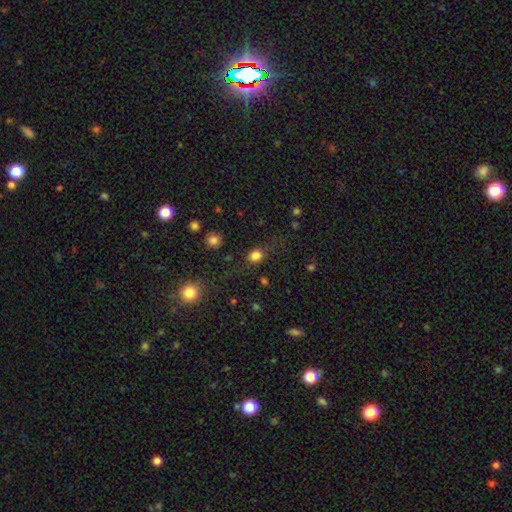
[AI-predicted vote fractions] Smooth or featured? smooth (79%)
How rounded? round (60%)
Merging? none (69%)